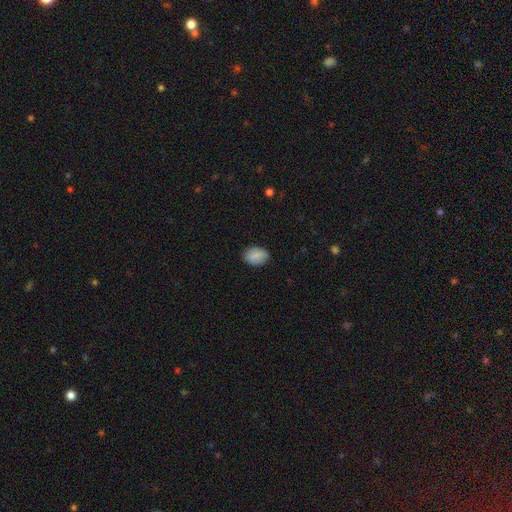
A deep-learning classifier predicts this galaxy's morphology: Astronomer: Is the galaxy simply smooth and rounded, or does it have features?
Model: smooth — 83%.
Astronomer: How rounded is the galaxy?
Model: in between — 81%.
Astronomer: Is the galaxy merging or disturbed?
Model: none — 86%.